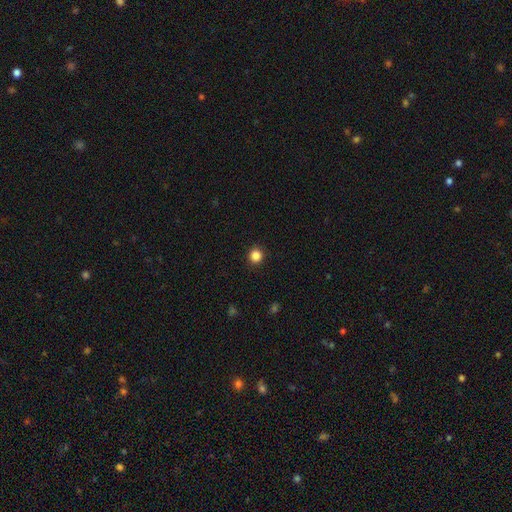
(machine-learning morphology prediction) type=smooth (86%); roundness=round (92%); merging=none (92%).